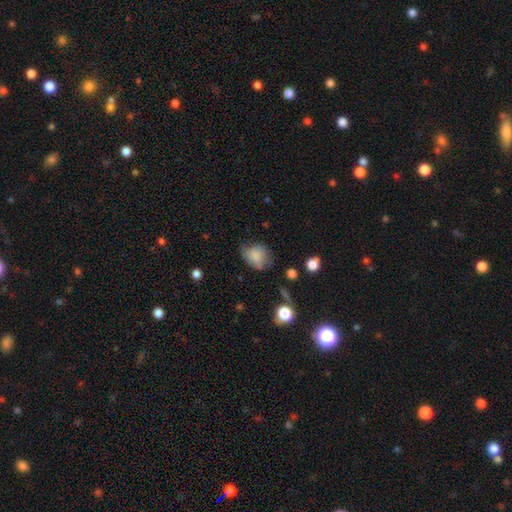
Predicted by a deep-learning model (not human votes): smooth-or-featured: smooth: 78% | featured or disk: 12% | star or artifact: 9%
  how-rounded: in between: 52% | round: 47% | cigar-shaped: 1%
  merging: none: 51% | minor disturbance: 33% | major disturbance: 13% | merger: 3%